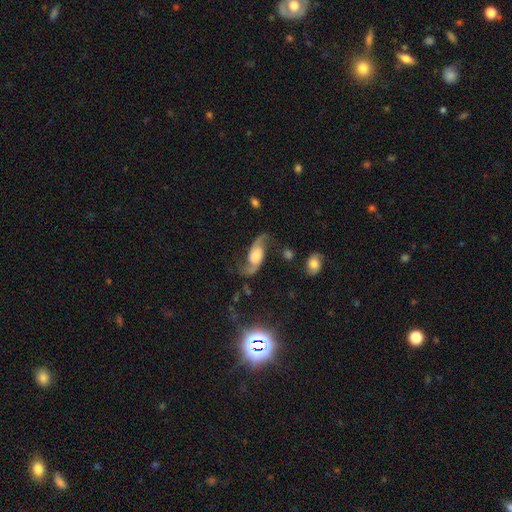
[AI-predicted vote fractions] Overall: featured or disk (84%). Edge-on disk: no (94%). Bar: no (57%; weak 32%). Spiral arms: yes (96%). Spiral arm count: 2 (93%). Spiral winding: loose (72%). Bulge size: large (33%; moderate 25%). Merging: none (69%).